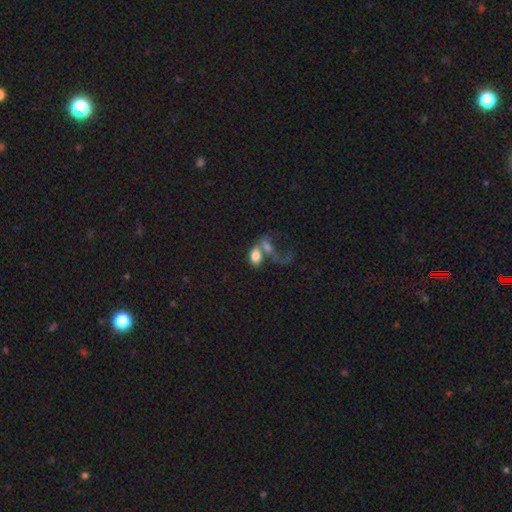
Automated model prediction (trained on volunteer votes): Smooth or featured? smooth (69%)
How rounded? in between (88%)
Merging? merger (61%)